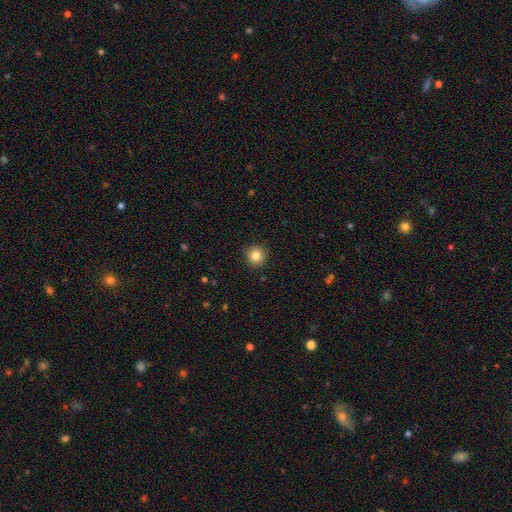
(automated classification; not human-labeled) This appears to be a smooth galaxy with no disk features (83%) that is round (95%). Merging: none (91%).